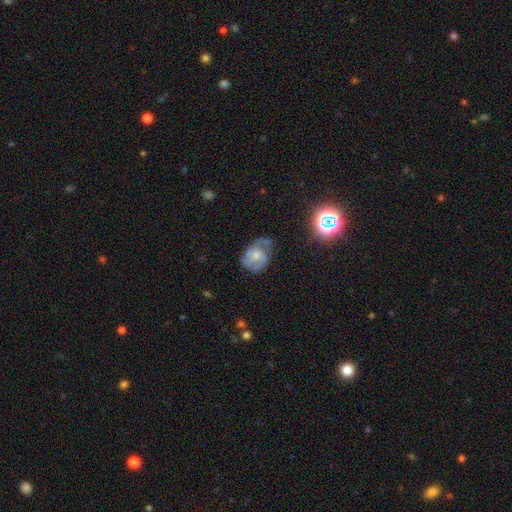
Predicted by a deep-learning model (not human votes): Smooth or featured? featured or disk (54%)
Edge-on disk? no (97%)
Bar? no (72%)
Spiral arms? yes (72%)
Bulge size? moderate (46%)
Merging? none (42%)